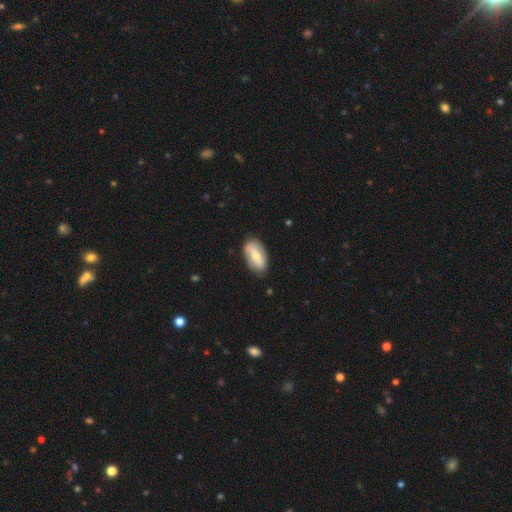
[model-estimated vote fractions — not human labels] smooth-or-featured: smooth: 56% | featured or disk: 39% | star or artifact: 6%
  how-rounded: in between: 92% | cigar-shaped: 4% | round: 4%
  merging: none: 81% | minor disturbance: 15% | major disturbance: 3% | merger: 1%